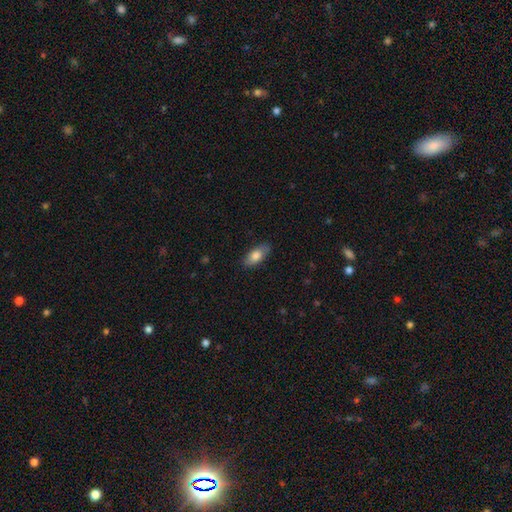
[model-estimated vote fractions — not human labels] Smooth or featured? smooth (80%)
How rounded? in between (87%)
Merging? none (85%)